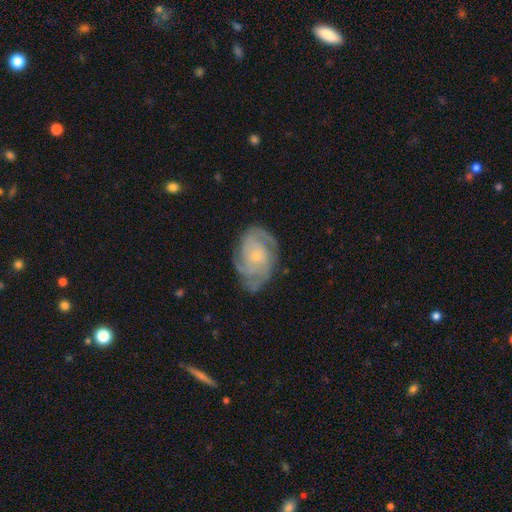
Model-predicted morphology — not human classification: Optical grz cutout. It shows a featured or disk galaxy (82%) with no bar (73%), 2 (28%) tight (58%) spiral arms (95%) and a small central bulge (74%). Merging: none (72%).